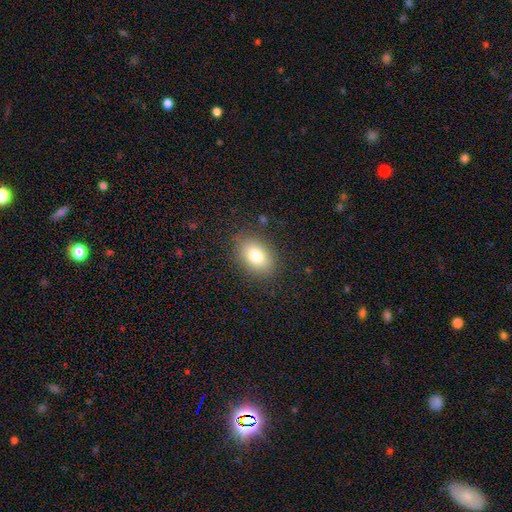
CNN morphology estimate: smooth 80%, featured or disk 11%, star or artifact 9%. Down the decision tree: how rounded — in between (82%); merging — none (84%).